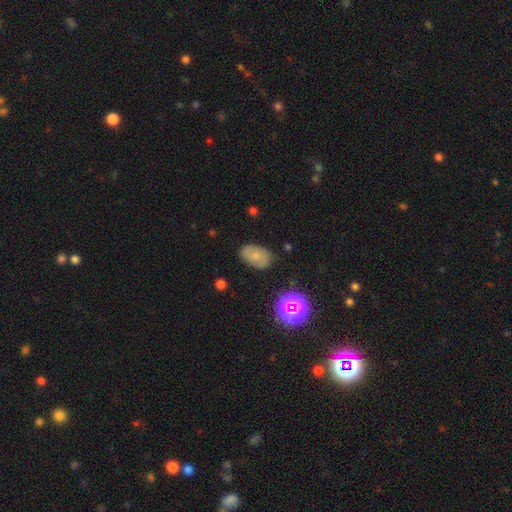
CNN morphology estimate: Smooth or featured?
  - smooth: 66% *
  - featured or disk: 21%
  - star or artifact: 13%
How rounded?
  - in between: 88% *
  - round: 11%
  - cigar-shaped: 1%
Merging?
  - none: 78% *
  - minor disturbance: 16%
  - major disturbance: 4%
  - merger: 2%